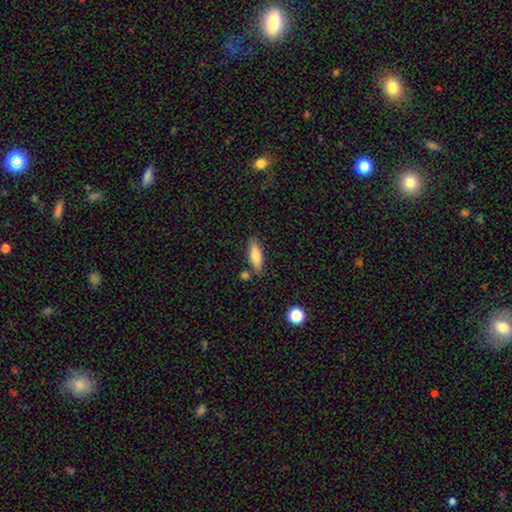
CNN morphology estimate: A smooth galaxy with no disk features (75%) that is in between round and cigar-shaped (54%). Merging: none (78%).